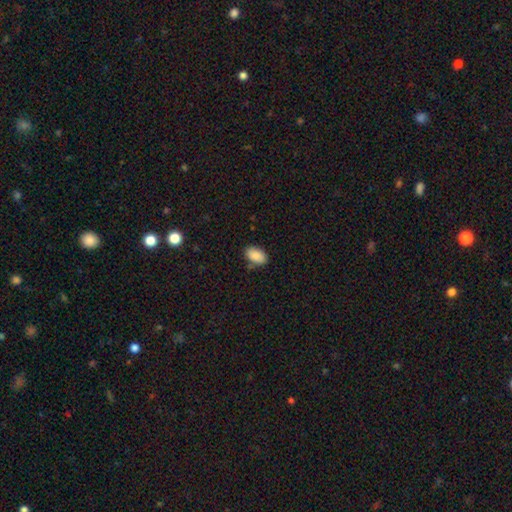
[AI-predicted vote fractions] Smooth or featured?
  - smooth: 88% *
  - star or artifact: 7%
  - featured or disk: 5%
How rounded?
  - in between: 93% *
  - round: 5%
  - cigar-shaped: 2%
Merging?
  - none: 80% *
  - minor disturbance: 13%
  - merger: 3%
  - major disturbance: 3%